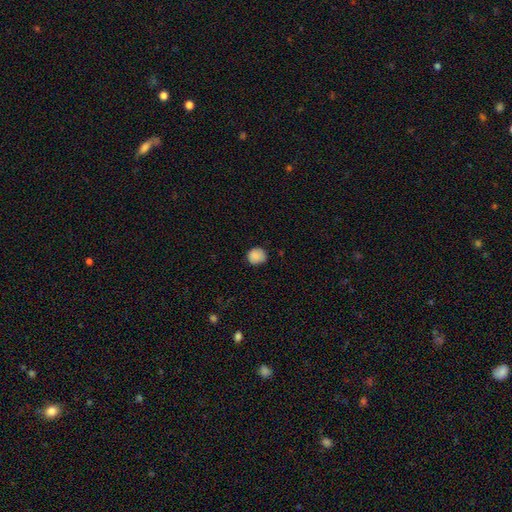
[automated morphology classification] This is clearly a smooth galaxy (87%). How rounded: clearly round (83%). Merging: likely none (79%).